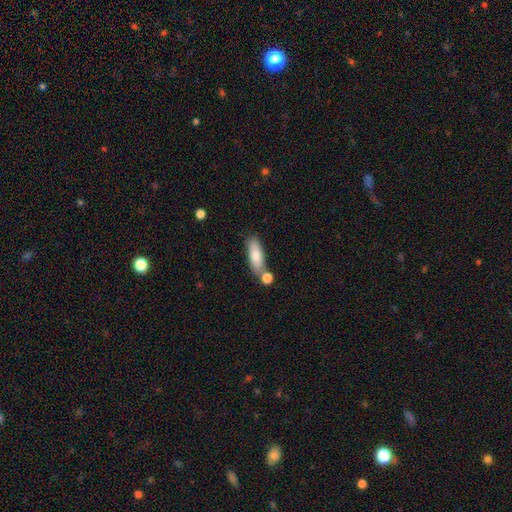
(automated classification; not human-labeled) A smooth galaxy with no disk features (79%) that is in between round and cigar-shaped (60%). Merging: none (61%).